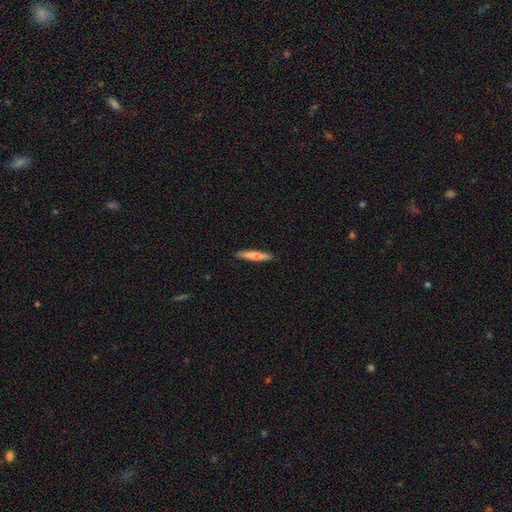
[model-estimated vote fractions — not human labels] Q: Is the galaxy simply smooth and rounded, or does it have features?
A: smooth — 59%.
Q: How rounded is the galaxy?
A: cigar-shaped — 92%.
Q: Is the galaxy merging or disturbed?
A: none — 90%.